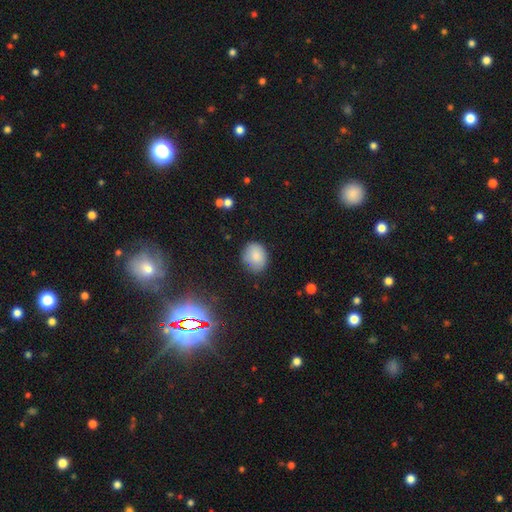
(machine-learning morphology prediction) A smooth galaxy with no disk features (84%) that is round (60%).

Vote fractions:
- Smooth or featured? smooth: 84% / star or artifact: 9% / featured or disk: 7%
- How rounded? round: 60% / in between: 39% / cigar-shaped: 1%
- Merging? none: 71% / minor disturbance: 22% / major disturbance: 5% / merger: 2%